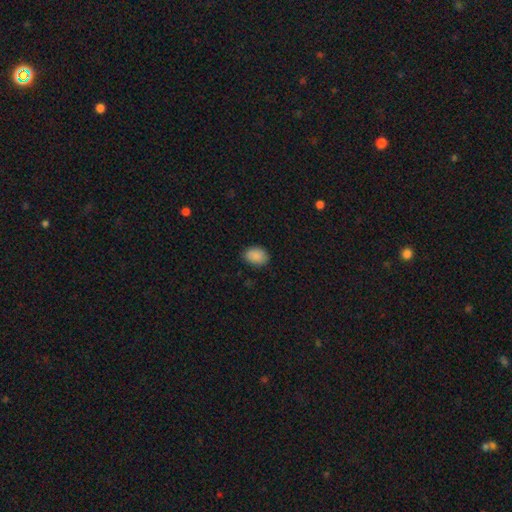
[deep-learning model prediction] Smooth or featured? Predicted: smooth (p=0.89). How rounded? Predicted: in between (p=0.76). Merging? Predicted: none (p=0.85).